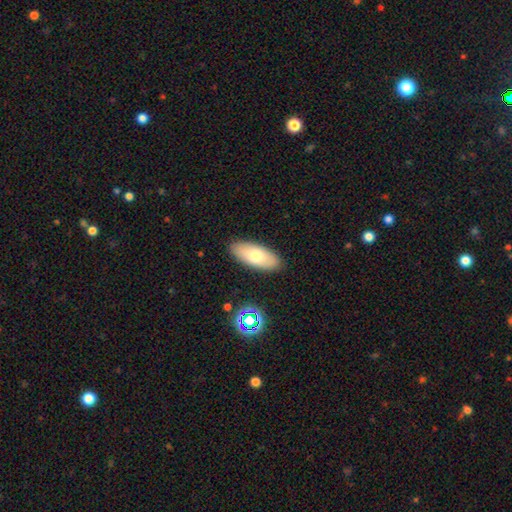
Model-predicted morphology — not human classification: type=smooth (72%); roundness=in between (83%); merging=none (89%).